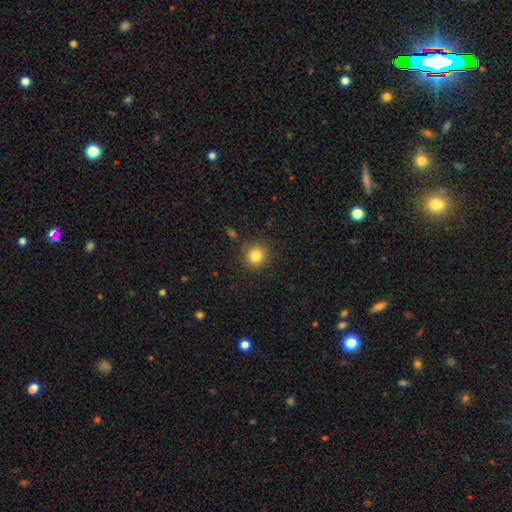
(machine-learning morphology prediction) Q: Smooth or featured?
A: smooth (83%); runner-up: star or artifact (11%)
Q: How rounded?
A: round (92%); runner-up: in between (8%)
Q: Merging?
A: none (86%); runner-up: minor disturbance (9%)